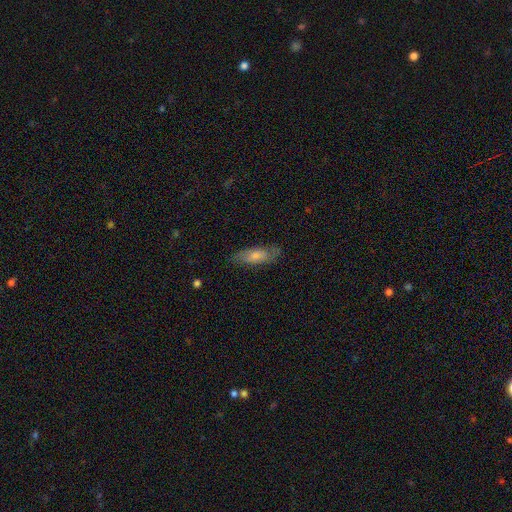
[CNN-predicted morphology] Smooth or featured? Predicted: smooth (p=0.56). How rounded? Predicted: in between (p=0.55). Merging? Predicted: none (p=0.77).